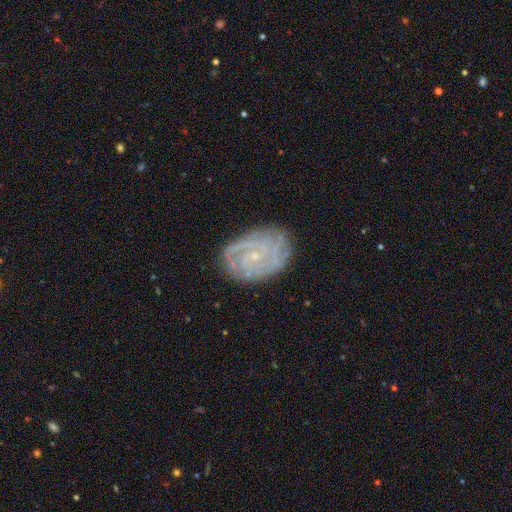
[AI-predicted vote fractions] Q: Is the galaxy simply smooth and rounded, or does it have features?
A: featured or disk — 74%.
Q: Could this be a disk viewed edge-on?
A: no — 97%.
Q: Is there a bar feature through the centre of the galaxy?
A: no — 70%.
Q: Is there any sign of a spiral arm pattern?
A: yes — 92%.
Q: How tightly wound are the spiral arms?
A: tight — 72%.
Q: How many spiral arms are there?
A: can't tell — 36%.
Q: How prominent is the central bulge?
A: small — 84%.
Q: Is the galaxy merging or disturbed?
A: none — 80%.